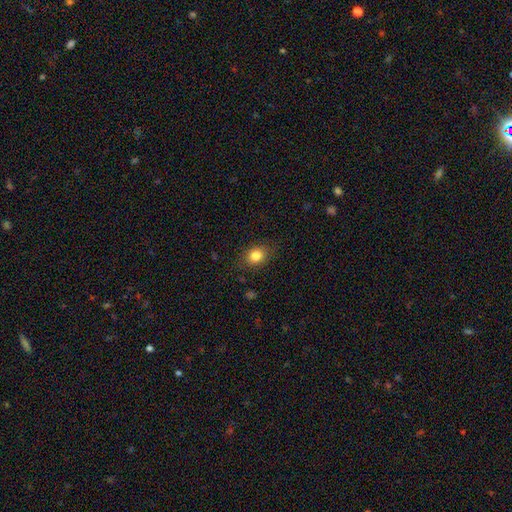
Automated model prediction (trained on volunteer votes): Q: Smooth or featured?
A: smooth (82%); runner-up: star or artifact (11%)
Q: How rounded?
A: round (55%); runner-up: in between (44%)
Q: Merging?
A: none (84%); runner-up: minor disturbance (12%)